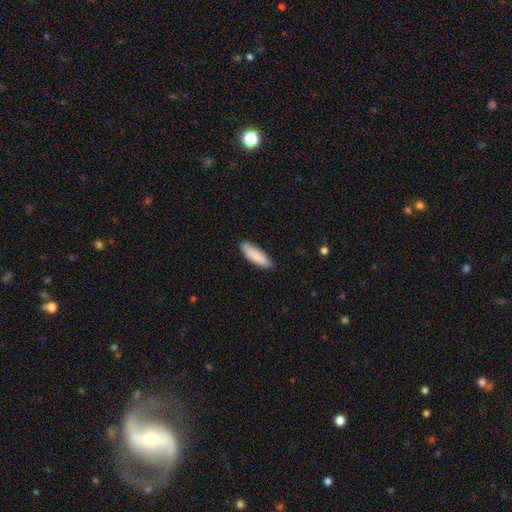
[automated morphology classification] Smooth or featured: smooth — 85% (featured or disk — 10%)
How rounded: in between — 50% (cigar-shaped — 49%)
Merging: none — 86% (minor disturbance — 12%)